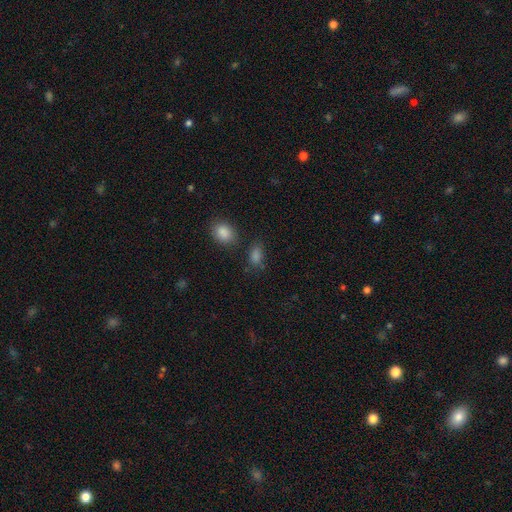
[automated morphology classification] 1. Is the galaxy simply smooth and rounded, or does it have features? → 77% smooth, 17% star or artifact, 6% featured or disk.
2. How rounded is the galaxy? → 78% in between, 20% round, 3% cigar-shaped.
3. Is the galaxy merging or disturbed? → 69% none, 15% minor disturbance, 10% merger, 6% major disturbance.